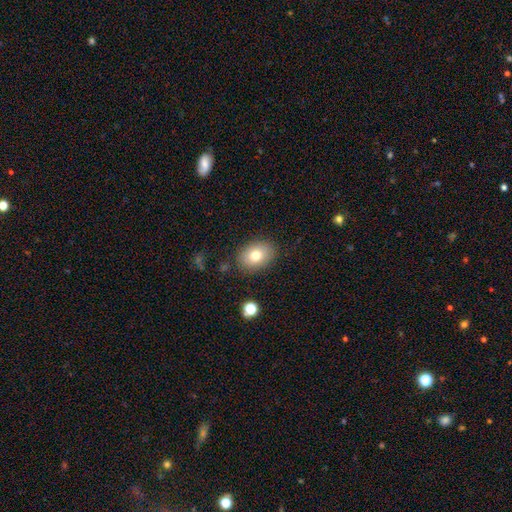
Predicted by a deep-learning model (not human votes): Smooth or featured?
  - smooth: 76% *
  - featured or disk: 14%
  - star or artifact: 10%
How rounded?
  - in between: 70% *
  - round: 29%
  - cigar-shaped: 1%
Merging?
  - none: 84% *
  - minor disturbance: 11%
  - major disturbance: 3%
  - merger: 2%